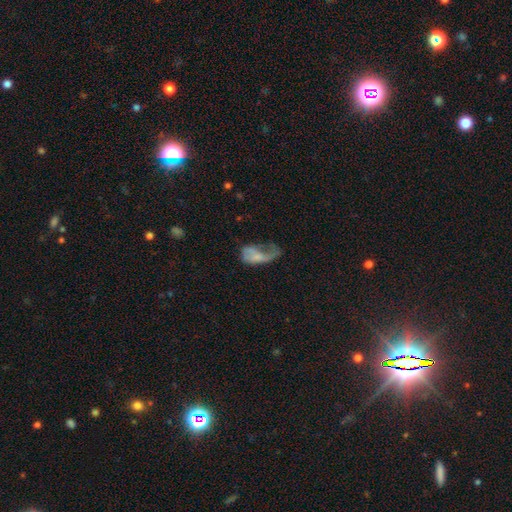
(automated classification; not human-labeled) Smooth or featured: smooth — 49% (featured or disk — 41%)
Merging: major disturbance — 58% (minor disturbance — 19%)